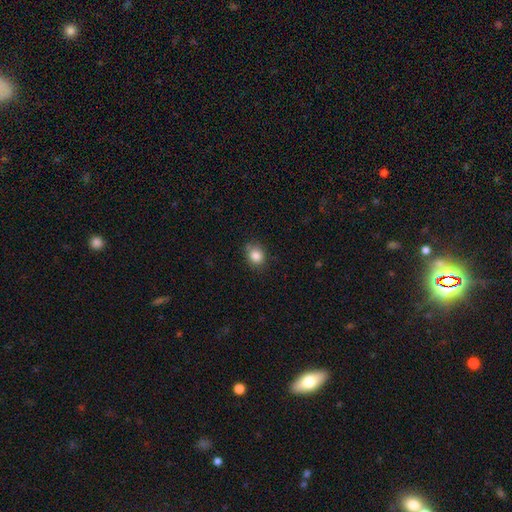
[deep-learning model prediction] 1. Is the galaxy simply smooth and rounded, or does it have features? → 85% smooth, 10% star or artifact, 5% featured or disk.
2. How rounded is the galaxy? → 68% round, 32% in between, 1% cigar-shaped.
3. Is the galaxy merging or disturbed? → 76% none, 18% minor disturbance, 4% major disturbance, 3% merger.